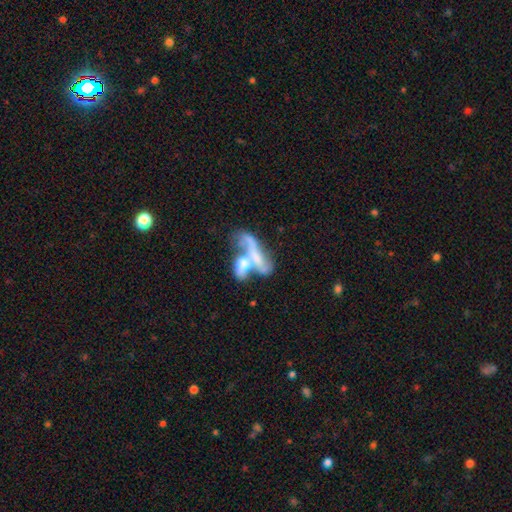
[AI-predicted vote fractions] Smooth or featured: featured or disk — 53% (smooth — 37%)
Edge-on disk: no — 81% (yes — 19%)
Merging: merger — 64% (major disturbance — 16%)